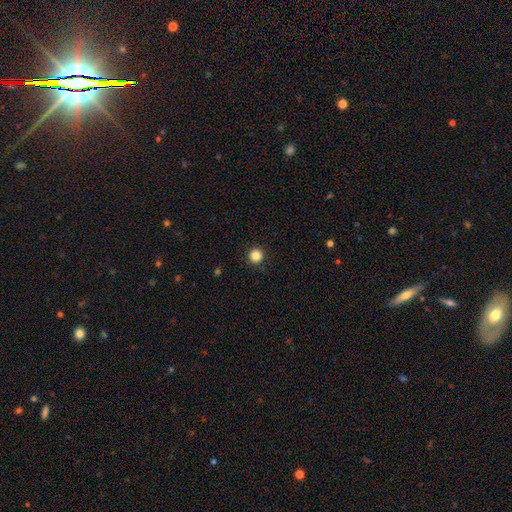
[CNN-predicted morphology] smooth_or_featured: smooth (p=0.85) [alt: star or artifact p=0.11]
how_rounded: round (p=0.96) [alt: in between p=0.03]
merging: none (p=0.93) [alt: minor disturbance p=0.04]